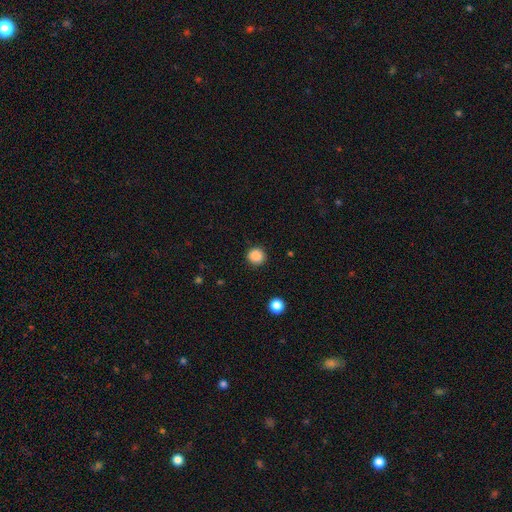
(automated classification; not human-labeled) Smooth or featured? smooth (87%)
How rounded? round (91%)
Merging? none (90%)